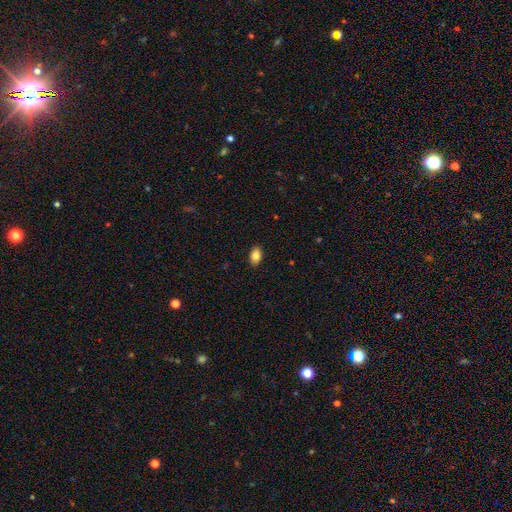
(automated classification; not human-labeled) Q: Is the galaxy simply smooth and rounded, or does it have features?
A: smooth — 85%.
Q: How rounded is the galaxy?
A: in between — 86%.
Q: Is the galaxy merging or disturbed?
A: none — 89%.